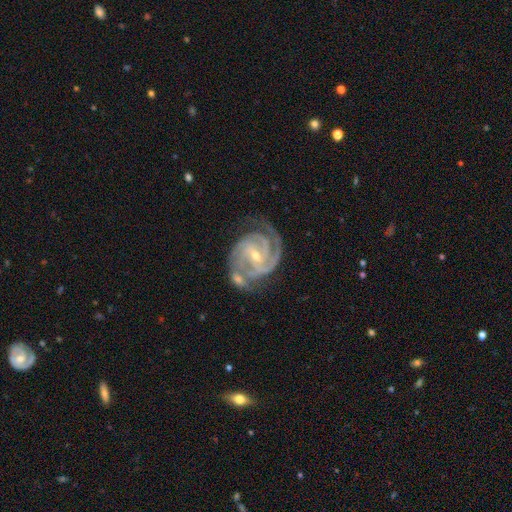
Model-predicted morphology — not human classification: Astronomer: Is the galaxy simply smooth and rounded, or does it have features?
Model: featured or disk — 93%.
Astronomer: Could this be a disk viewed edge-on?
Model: no — 98%.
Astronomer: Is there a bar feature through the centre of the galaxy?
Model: weak — 43% (runner-up: strong, 29%).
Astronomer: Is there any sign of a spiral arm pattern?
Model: yes — 99%.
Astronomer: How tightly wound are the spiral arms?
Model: tight — 68%.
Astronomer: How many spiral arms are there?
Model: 3 — 38% (runner-up: 2, 37%).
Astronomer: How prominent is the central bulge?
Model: small — 66%.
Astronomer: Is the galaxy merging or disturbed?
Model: none — 63%.